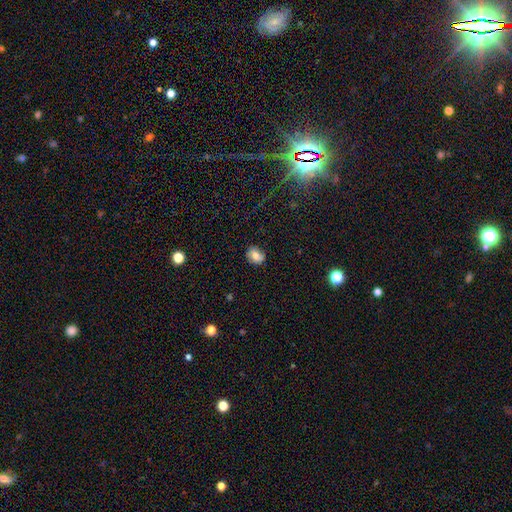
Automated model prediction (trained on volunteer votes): A smooth galaxy with no disk features (75%) that is in between round and cigar-shaped (53%). Merging: none (77%).